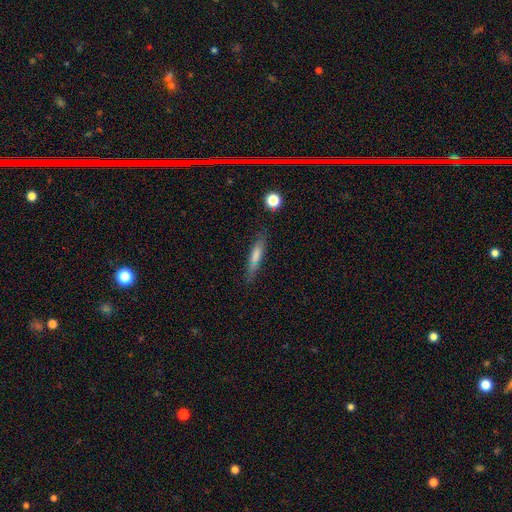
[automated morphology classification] The model was most divided on "smooth or featured": smooth: 61%, featured or disk: 30%, star or artifact: 10%. More confident: how rounded — cigar-shaped (86%); merging — none (80%).